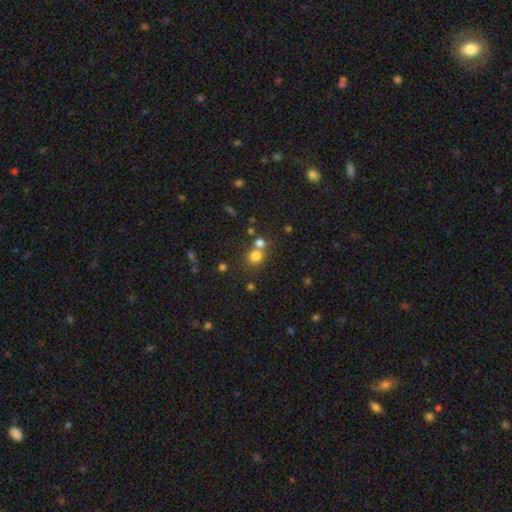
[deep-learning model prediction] A smooth galaxy with no disk features (76%) that is round (83%).

Vote fractions:
- Smooth or featured? smooth: 76% / star or artifact: 15% / featured or disk: 8%
- How rounded? round: 83% / in between: 16% / cigar-shaped: 1%
- Merging? none: 53% / merger: 36% / minor disturbance: 7% / major disturbance: 4%